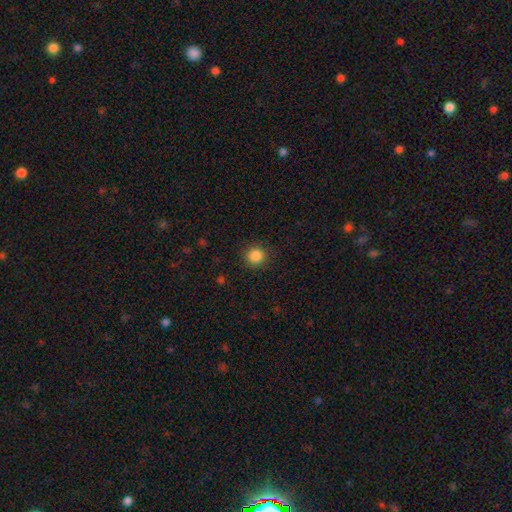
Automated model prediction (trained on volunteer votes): The model was most divided on "smooth or featured": smooth: 86%, star or artifact: 11%, featured or disk: 3%. More confident: how rounded — round (93%); merging — none (90%).